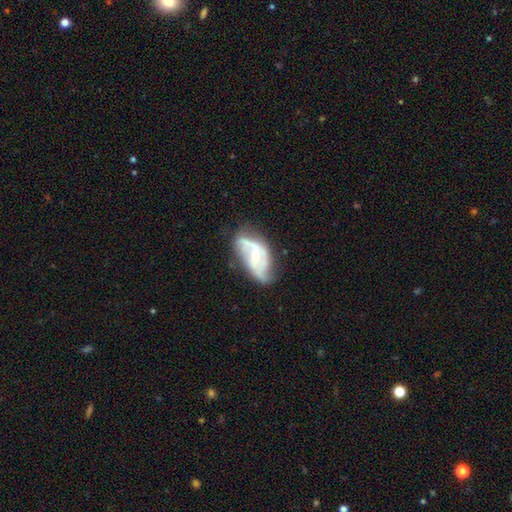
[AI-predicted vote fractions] Smooth or featured: featured or disk — 77% (smooth — 17%)
Edge-on disk: no — 95% (yes — 5%)
Bar: no — 59% (weak — 31%)
Spiral arms: yes — 84% (no — 16%)
Spiral winding: medium — 42% (loose — 33%)
Spiral arm count: 2 — 52% (can't tell — 20%)
Bulge size: moderate — 51% (small — 44%)
Merging: none — 47% (minor disturbance — 31%)